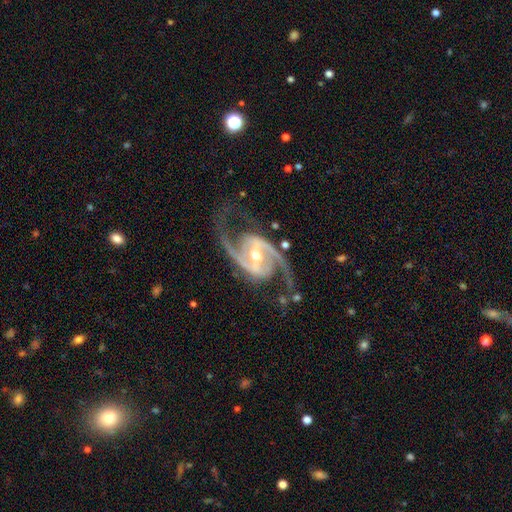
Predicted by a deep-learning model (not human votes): This appears to be a featured or disk galaxy (94%) with a strong bar (50%), 2 (94%) medium (60%) spiral arms (98%) and a moderate central bulge (62%). Merging: none (77%).